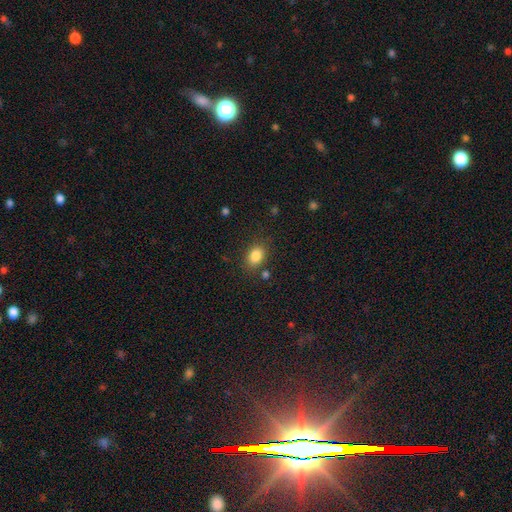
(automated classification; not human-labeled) Overall: smooth (84%). How rounded: in between (74%). Merging: none (79%).